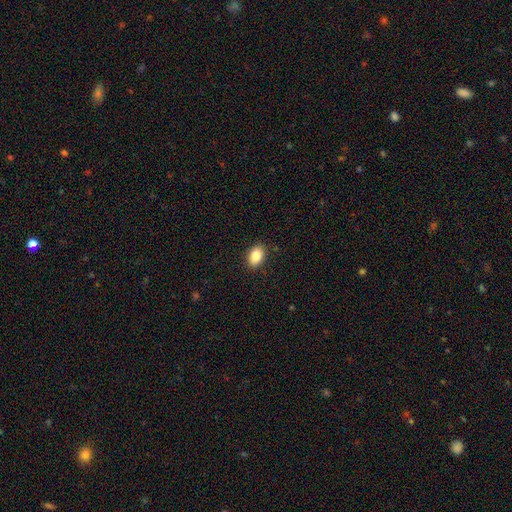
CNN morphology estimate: This appears to be a smooth galaxy with no disk features (86%) that is in between round and cigar-shaped (84%). Merging: none (89%).